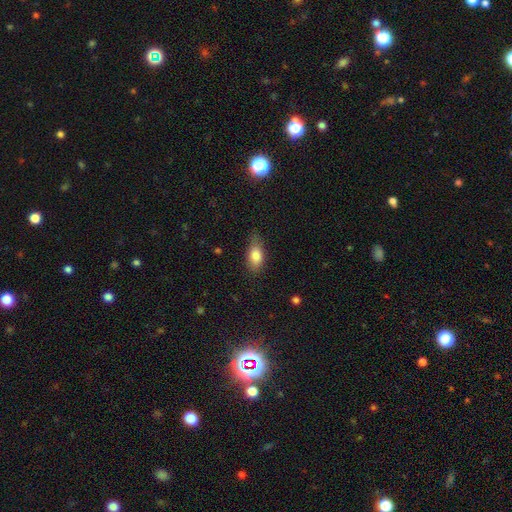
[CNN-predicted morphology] Q: Smooth or featured?
A: smooth (82%); runner-up: featured or disk (10%)
Q: How rounded?
A: in between (85%); runner-up: cigar-shaped (9%)
Q: Merging?
A: none (65%); runner-up: minor disturbance (27%)